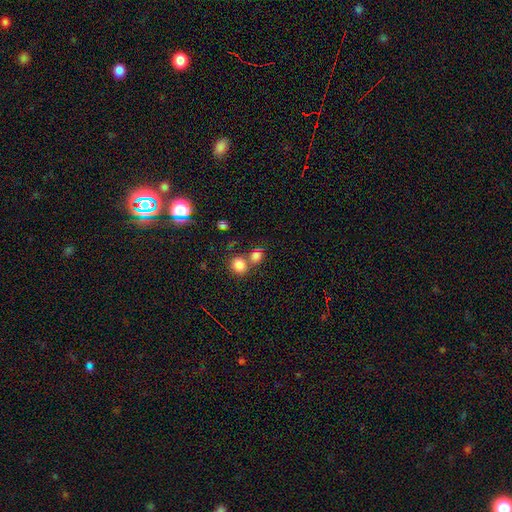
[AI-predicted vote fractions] Smooth or featured? Predicted: smooth (p=0.80). How rounded? Predicted: round (p=0.67). Merging? Predicted: none (p=0.50).